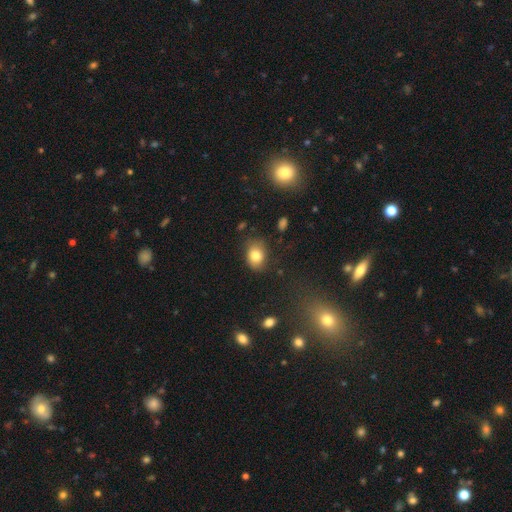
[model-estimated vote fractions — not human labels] Smooth or featured?
  - smooth: 81% *
  - star or artifact: 10%
  - featured or disk: 9%
How rounded?
  - in between: 65% *
  - round: 34%
  - cigar-shaped: 1%
Merging?
  - none: 74% *
  - minor disturbance: 19%
  - major disturbance: 5%
  - merger: 2%